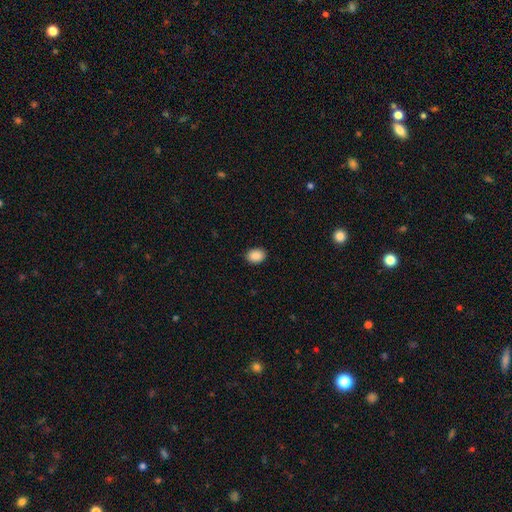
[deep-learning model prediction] This appears to be a smooth galaxy with no disk features (89%) that is in between round and cigar-shaped (68%). Merging: none (88%).